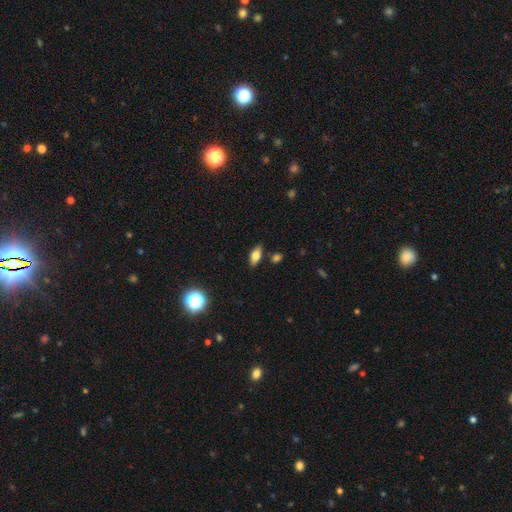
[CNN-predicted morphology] smooth_or_featured: smooth (p=0.73) [alt: featured or disk p=0.17]
how_rounded: in between (p=0.86) [alt: cigar-shaped p=0.09]
merging: none (p=0.83) [alt: minor disturbance p=0.11]